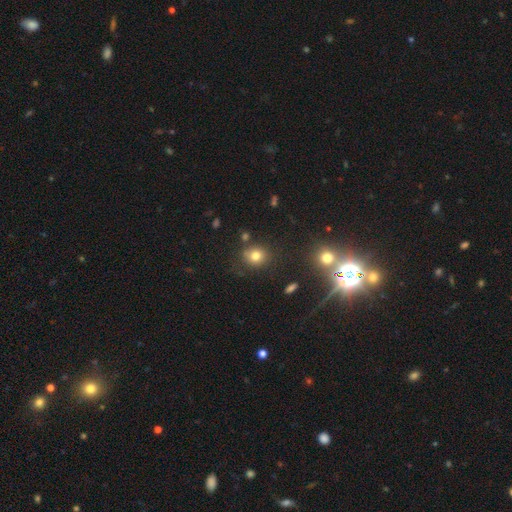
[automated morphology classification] This is likely a smooth galaxy (76%). How rounded: likely round (76%). Merging: likely none (77%).